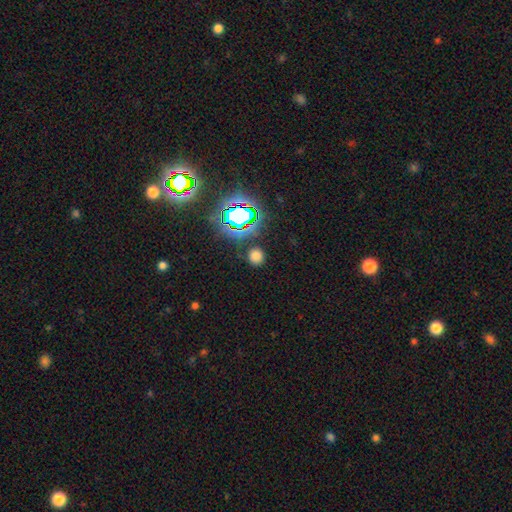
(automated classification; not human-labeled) smooth-or-featured: smooth: 70% | star or artifact: 24% | featured or disk: 6%
  how-rounded: round: 88% | in between: 10% | cigar-shaped: 1%
  merging: none: 86% | minor disturbance: 8% | major disturbance: 3% | merger: 3%